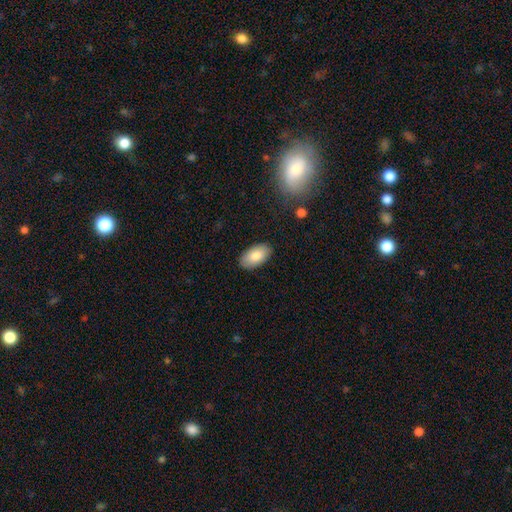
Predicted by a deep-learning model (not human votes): Morphology: type=smooth (83%); roundness=in between (95%); merging=none (88%).